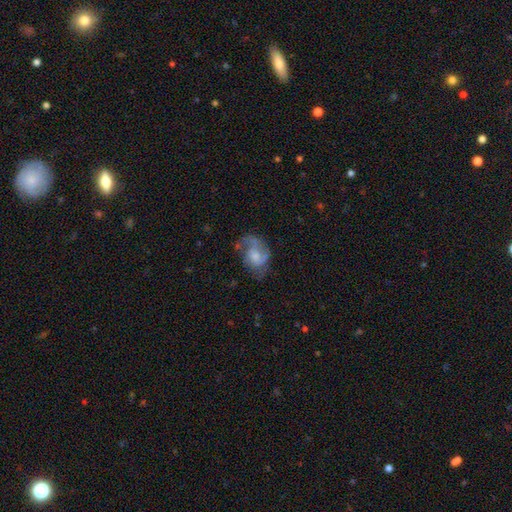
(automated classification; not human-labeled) This appears to be a featured or disk galaxy (64%) with no bar (66%), 2 (54%) medium (46%) spiral arms (82%) and a moderate central bulge (38%). Merging: none (43%).